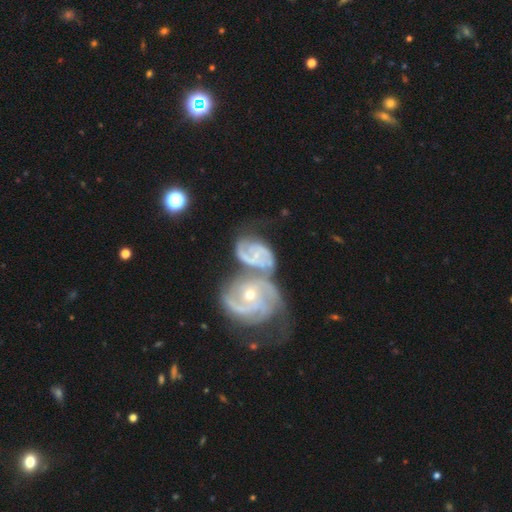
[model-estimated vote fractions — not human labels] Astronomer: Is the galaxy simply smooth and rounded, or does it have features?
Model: featured or disk — 85%.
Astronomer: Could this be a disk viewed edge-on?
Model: no — 98%.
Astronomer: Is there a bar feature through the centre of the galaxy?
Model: no — 61%.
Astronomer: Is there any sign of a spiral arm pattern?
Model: yes — 95%.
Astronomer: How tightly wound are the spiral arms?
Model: medium — 46% (runner-up: tight, 41%).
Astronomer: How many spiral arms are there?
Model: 2 — 42% (runner-up: 3, 30%).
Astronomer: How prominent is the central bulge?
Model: small — 69%.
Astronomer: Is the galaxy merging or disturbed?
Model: merger — 65%.